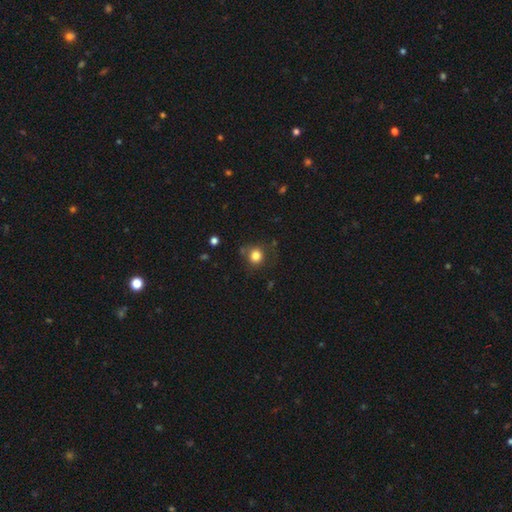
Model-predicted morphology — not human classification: Smooth or featured? smooth (81%)
How rounded? round (87%)
Merging? none (76%)